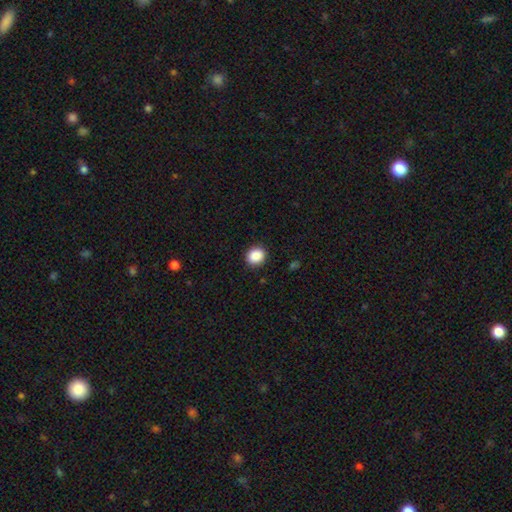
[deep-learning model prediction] This is clearly a smooth galaxy (89%). How rounded: likely round (74%). Merging: clearly none (90%).